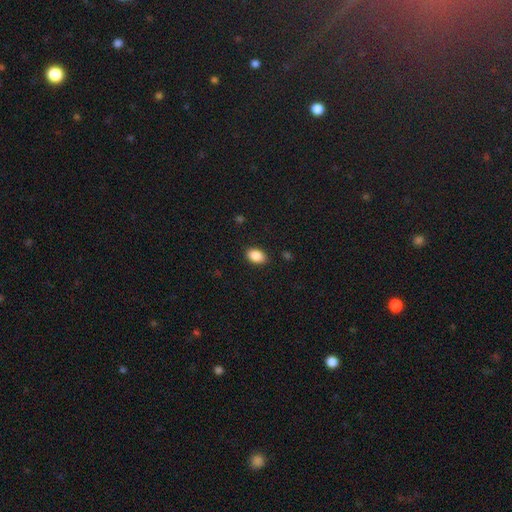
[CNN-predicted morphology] smooth_or_featured: smooth (p=0.88) [alt: star or artifact p=0.08]
how_rounded: in between (p=0.87) [alt: round p=0.12]
merging: none (p=0.87) [alt: minor disturbance p=0.09]